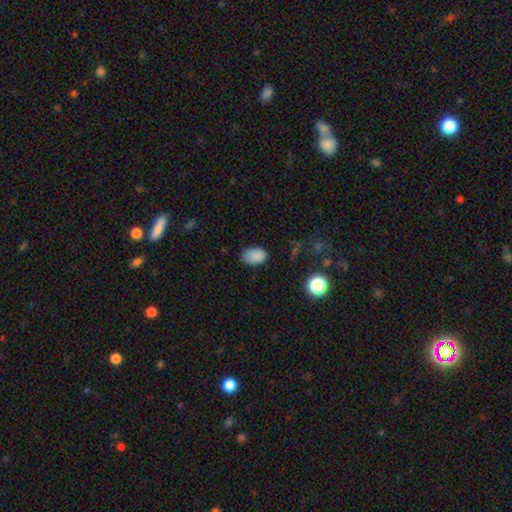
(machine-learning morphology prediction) smooth-or-featured: smooth: 84% | star or artifact: 11% | featured or disk: 5%
  how-rounded: in between: 86% | round: 13% | cigar-shaped: 1%
  merging: none: 70% | minor disturbance: 23% | major disturbance: 5% | merger: 1%